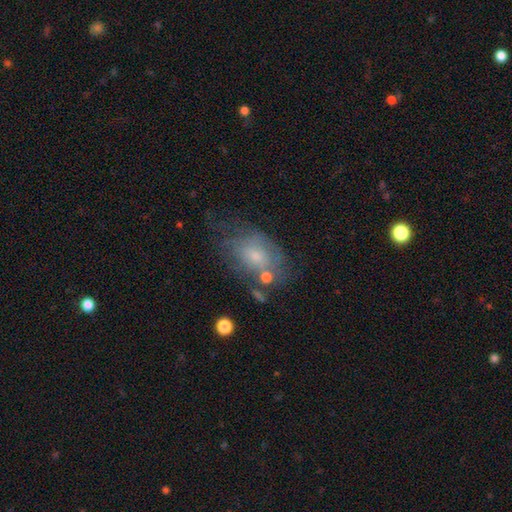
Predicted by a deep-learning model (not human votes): Q: Smooth or featured?
A: smooth (45%); runner-up: featured or disk (44%)
Q: Merging?
A: none (41%); runner-up: minor disturbance (27%)